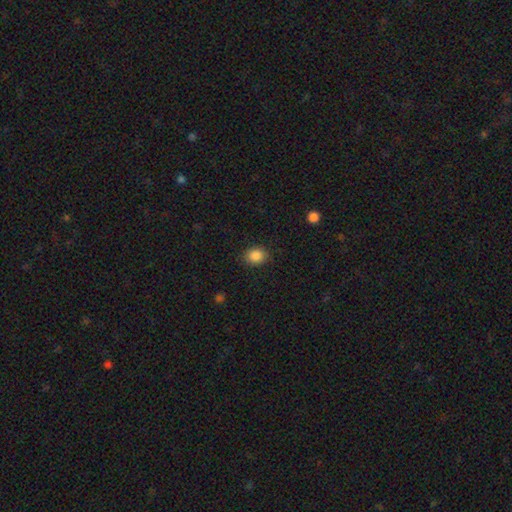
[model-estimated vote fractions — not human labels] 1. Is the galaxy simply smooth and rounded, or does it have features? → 87% smooth, 9% star or artifact, 4% featured or disk.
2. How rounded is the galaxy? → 53% round, 46% in between, 1% cigar-shaped.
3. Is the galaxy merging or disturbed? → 87% none, 9% minor disturbance, 3% major disturbance, 1% merger.